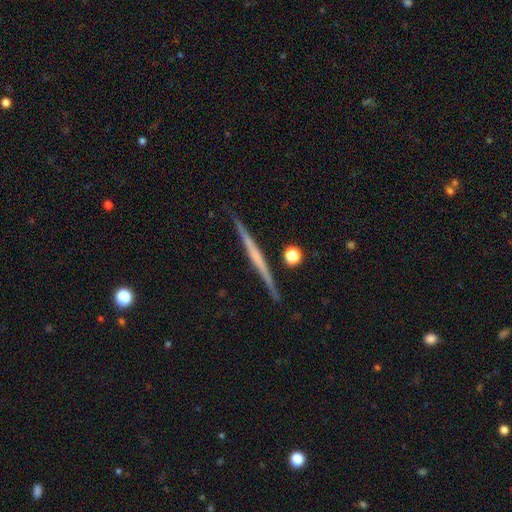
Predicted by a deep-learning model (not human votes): This is likely a featured or disk galaxy (68%). It is clearly viewed edge-on (98%). Edge-on bulge: likely none (76%). Merging: clearly none (90%).